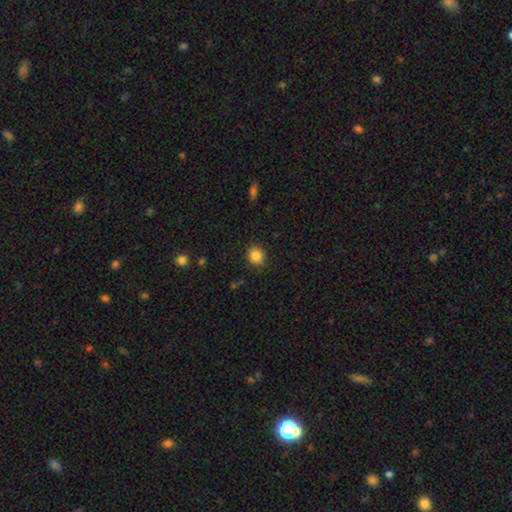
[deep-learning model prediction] Smooth or featured: smooth — 86% (star or artifact — 10%)
How rounded: round — 84% (in between — 15%)
Merging: none — 88% (minor disturbance — 8%)